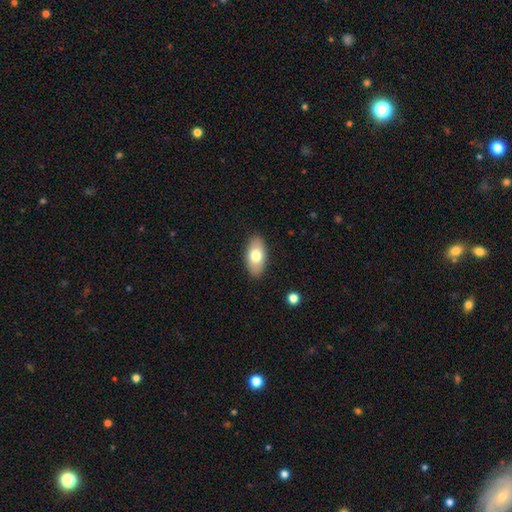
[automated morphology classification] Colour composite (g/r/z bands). It shows a smooth galaxy with no disk features (73%) that is in between round and cigar-shaped (93%). Merging: none (88%).